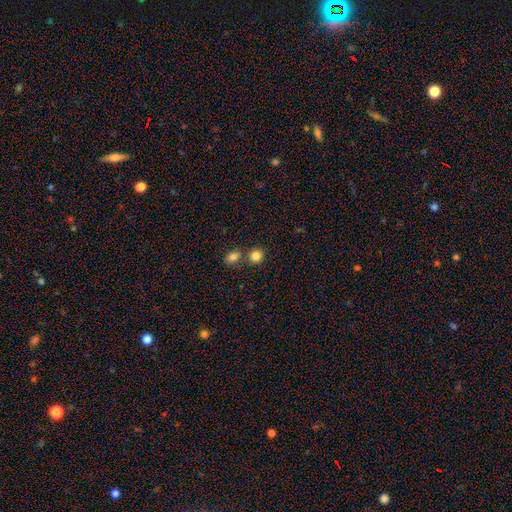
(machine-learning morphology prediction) smooth 84%, star or artifact 11%, featured or disk 5%. Down the decision tree: how rounded — round (83%); merging — none (65%).